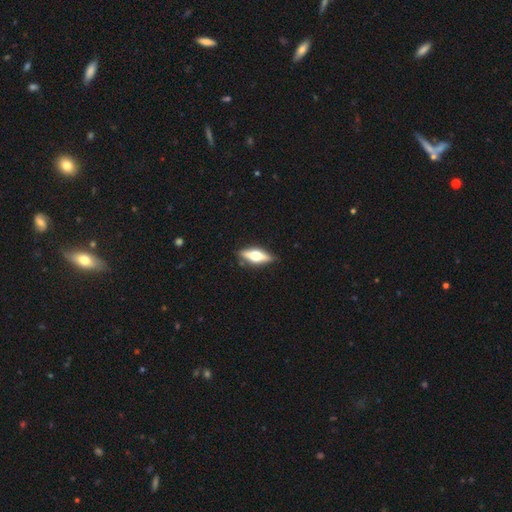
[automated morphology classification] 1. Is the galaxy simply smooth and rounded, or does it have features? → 60% featured or disk, 34% smooth, 6% star or artifact.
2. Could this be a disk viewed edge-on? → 93% yes, 7% no.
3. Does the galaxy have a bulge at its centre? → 95% rounded, 4% boxy, 2% none.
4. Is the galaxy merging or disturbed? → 87% none, 10% minor disturbance, 2% major disturbance, 1% merger.